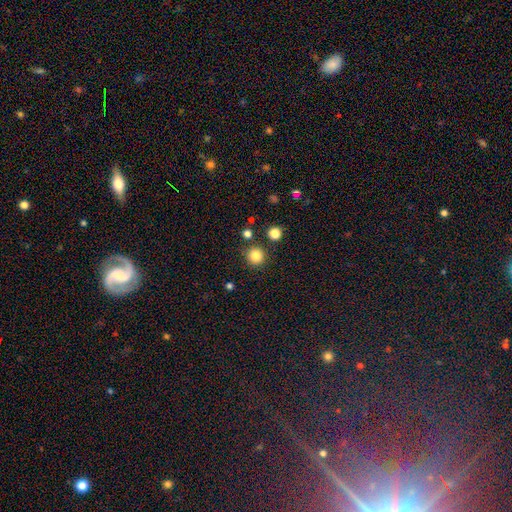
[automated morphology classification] This is clearly a smooth galaxy (83%). How rounded: clearly round (95%). Merging: clearly none (87%).